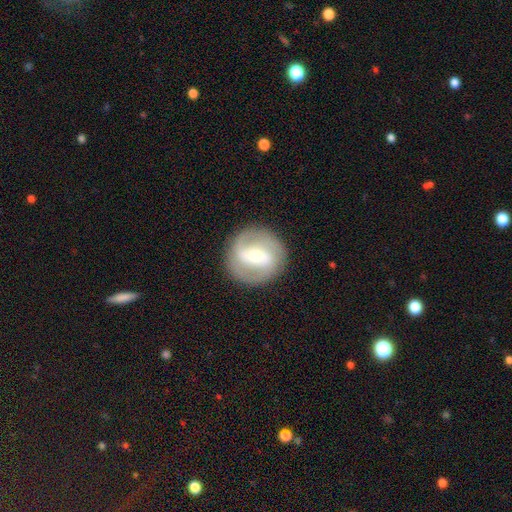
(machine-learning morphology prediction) smooth_or_featured: featured or disk (p=0.75) [alt: smooth p=0.19]
disk_edge_on: no (p=0.96) [alt: yes p=0.04]
bar: weak (p=0.41) [tied with: strong p=0.41]
has_spiral_arms: yes (p=0.85) [alt: no p=0.15]
spiral_winding: medium (p=0.44) [alt: tight p=0.37]
spiral_arm_count: 2 (p=0.78) [alt: can't tell p=0.10]
bulge_size: small (p=0.48) [alt: moderate p=0.47]
merging: none (p=0.87) [alt: minor disturbance p=0.09]